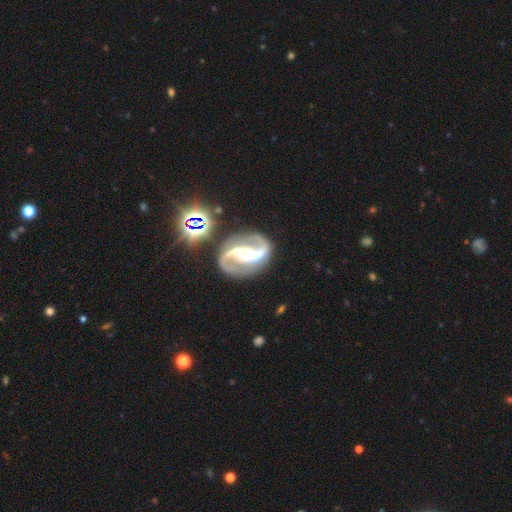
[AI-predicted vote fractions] smooth_or_featured: featured or disk (p=0.91) [alt: star or artifact p=0.05]
disk_edge_on: no (p=0.98) [alt: yes p=0.02]
bar: strong (p=0.63) [alt: weak p=0.24]
has_spiral_arms: yes (p=0.97) [alt: no p=0.03]
spiral_winding: medium (p=0.56) [alt: loose p=0.30]
spiral_arm_count: 2 (p=0.94) [alt: can't tell p=0.01]
bulge_size: moderate (p=0.48) [alt: small p=0.25]
merging: none (p=0.77) [alt: minor disturbance p=0.12]